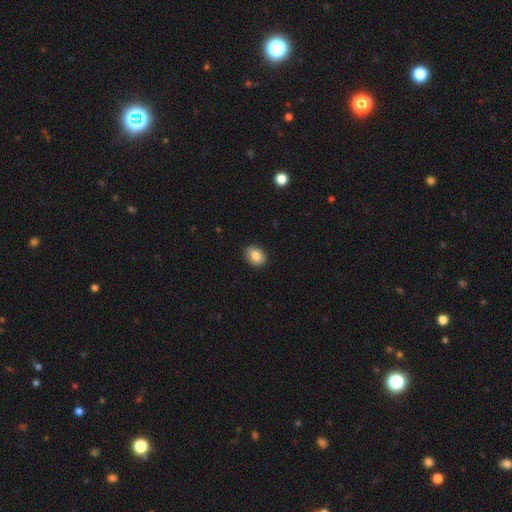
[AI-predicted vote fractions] A smooth galaxy with no disk features (86%) that is in between round and cigar-shaped (71%).

Vote fractions:
- Smooth or featured? smooth: 86% / star or artifact: 8% / featured or disk: 6%
- How rounded? in between: 71% / round: 28% / cigar-shaped: 1%
- Merging? none: 88% / minor disturbance: 9% / major disturbance: 2% / merger: 1%